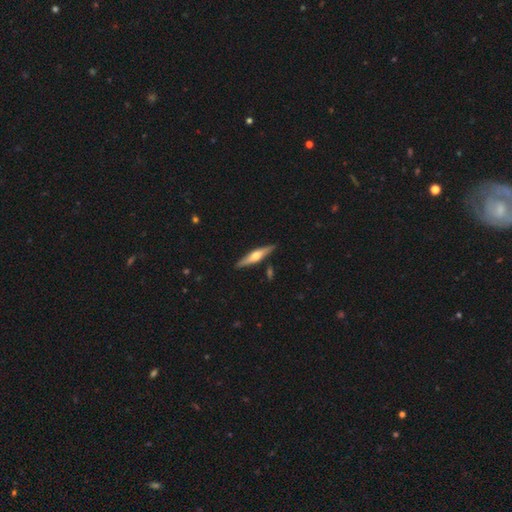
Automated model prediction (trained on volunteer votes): Smooth or featured: featured or disk — 58% (smooth — 36%)
Edge-on disk: yes — 94% (no — 6%)
Edge-on bulge: rounded — 91% (none — 5%)
Merging: none — 87% (minor disturbance — 8%)